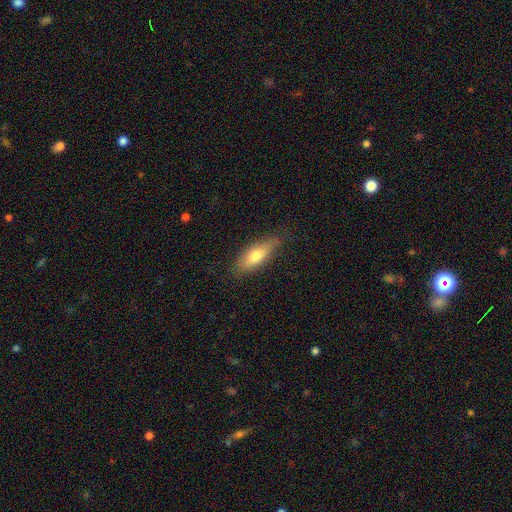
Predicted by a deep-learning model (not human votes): smooth_or_featured: smooth (p=0.69) [alt: featured or disk p=0.24]
how_rounded: in between (p=0.61) [alt: cigar-shaped p=0.36]
merging: none (p=0.78) [alt: minor disturbance p=0.17]